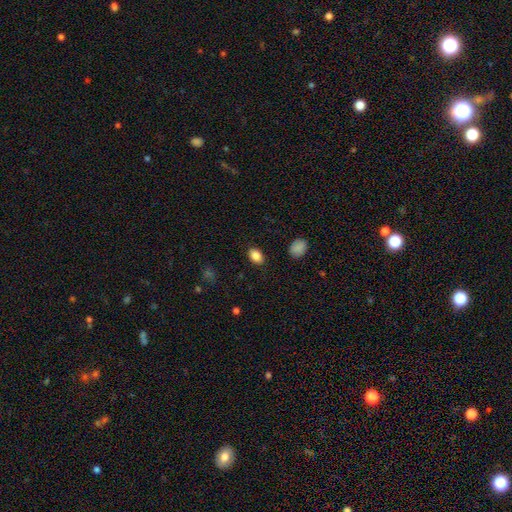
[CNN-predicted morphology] type=smooth (87%); roundness=in between (84%); merging=none (87%).